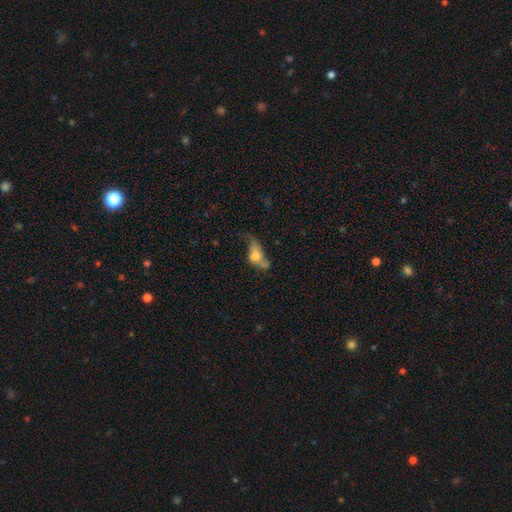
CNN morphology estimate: A smooth galaxy with no disk features (51%) that is in between round and cigar-shaped (78%).

Vote fractions:
- Smooth or featured? smooth: 51% / featured or disk: 38% / star or artifact: 10%
- How rounded? in between: 78% / cigar-shaped: 14% / round: 8%
- Merging? major disturbance: 36% / none: 25% / minor disturbance: 22% / merger: 17%